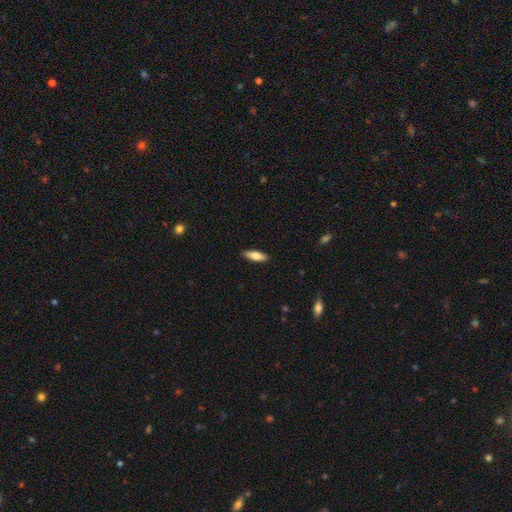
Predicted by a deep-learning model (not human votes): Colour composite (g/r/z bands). It shows a smooth galaxy with no disk features (72%) that is in between round and cigar-shaped (61%). Merging: none (89%).